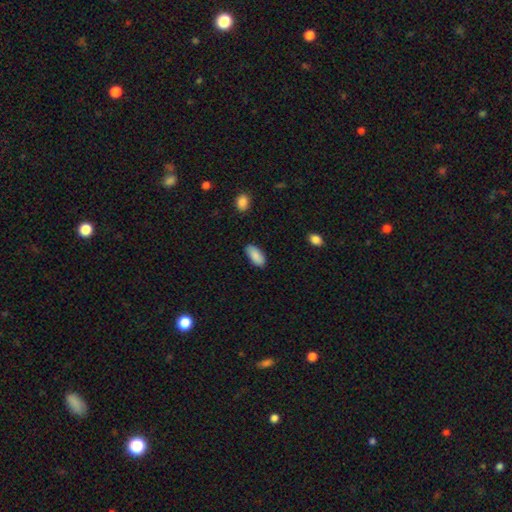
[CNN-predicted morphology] Smooth or featured: smooth — 89% (star or artifact — 6%)
How rounded: in between — 90% (cigar-shaped — 8%)
Merging: none — 83% (minor disturbance — 13%)